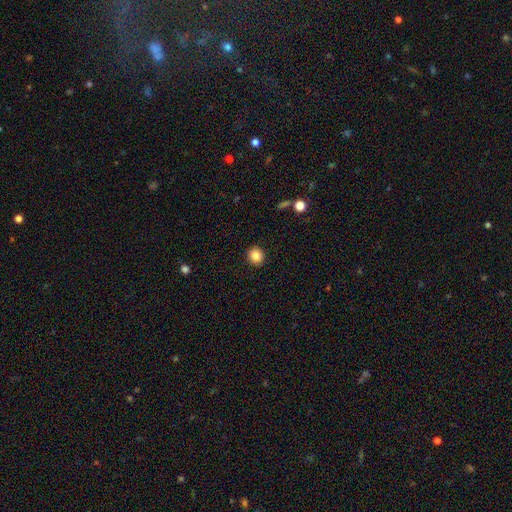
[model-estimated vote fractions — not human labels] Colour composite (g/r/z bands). It shows a smooth galaxy with no disk features (84%) that is round (89%). Merging: none (92%).